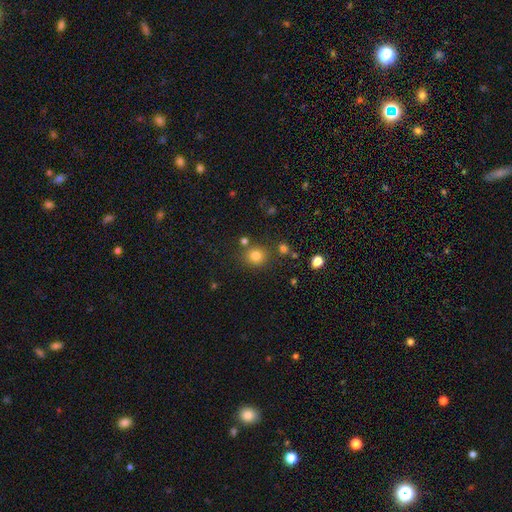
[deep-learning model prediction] smooth-or-featured: smooth: 79% | star or artifact: 15% | featured or disk: 7%
  how-rounded: round: 86% | in between: 13% | cigar-shaped: 1%
  merging: none: 79% | minor disturbance: 9% | merger: 8% | major disturbance: 3%